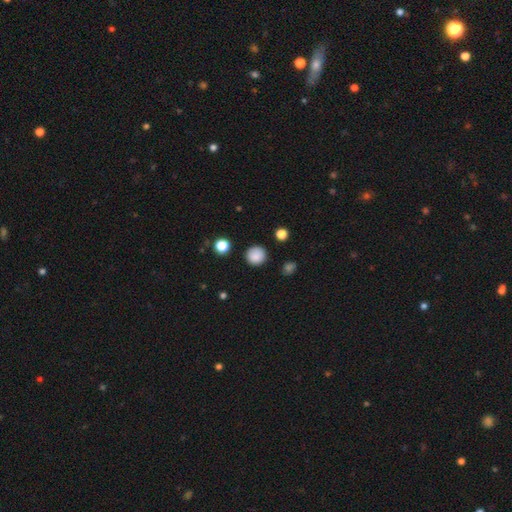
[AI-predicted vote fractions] Smooth or featured: smooth — 86% (star or artifact — 10%)
How rounded: round — 93% (in between — 6%)
Merging: none — 87% (minor disturbance — 8%)